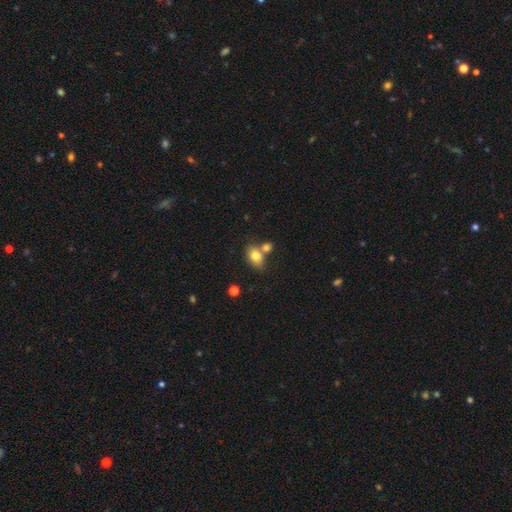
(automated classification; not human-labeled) A smooth galaxy with no disk features (78%) that is in between round and cigar-shaped (74%).

Vote fractions:
- Smooth or featured? smooth: 78% / featured or disk: 12% / star or artifact: 9%
- How rounded? in between: 74% / round: 25% / cigar-shaped: 2%
- Merging? none: 48% / merger: 35% / minor disturbance: 13% / major disturbance: 4%